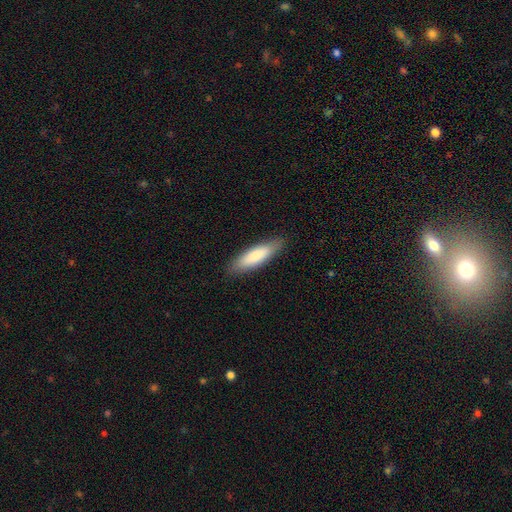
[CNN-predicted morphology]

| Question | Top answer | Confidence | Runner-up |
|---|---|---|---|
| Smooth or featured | smooth | 82% | featured or disk (13%) |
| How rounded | cigar-shaped | 62% | in between (37%) |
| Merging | none | 87% | minor disturbance (10%) |